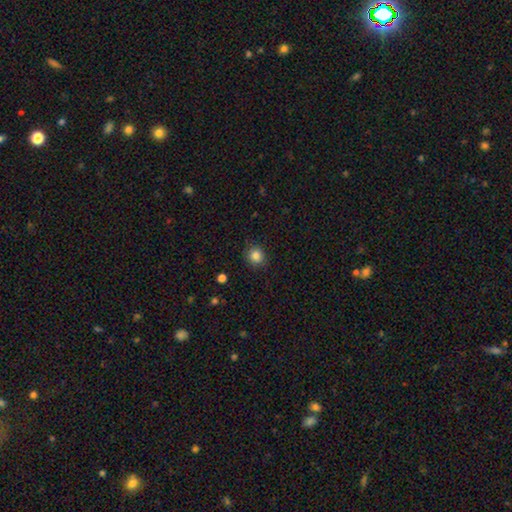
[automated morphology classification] Overall: smooth (85%). How rounded: round (86%). Merging: none (88%).